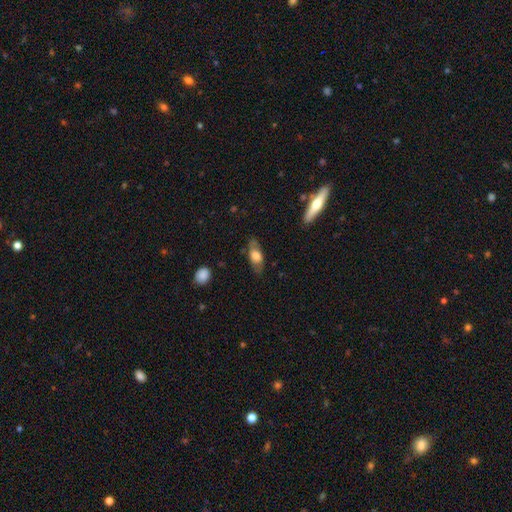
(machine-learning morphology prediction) A smooth galaxy with no disk features (60%) that is in between round and cigar-shaped (79%). Merging: none (77%).